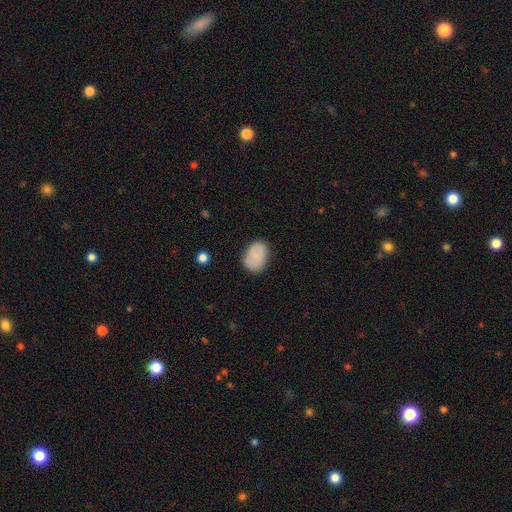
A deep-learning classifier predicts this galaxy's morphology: This is likely a smooth galaxy (78%). How rounded: likely in between (78%). Merging: likely none (71%).